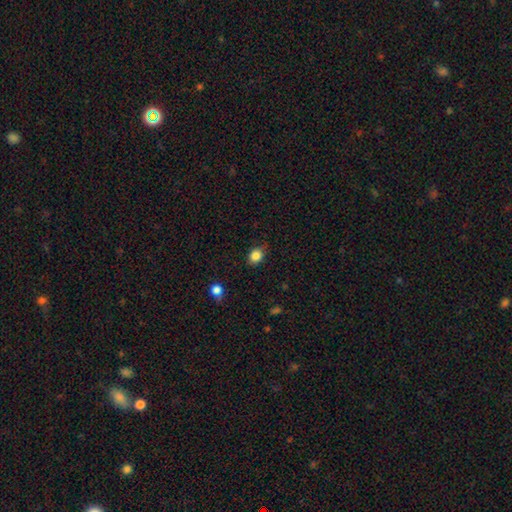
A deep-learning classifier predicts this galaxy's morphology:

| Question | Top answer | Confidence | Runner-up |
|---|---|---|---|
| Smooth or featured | smooth | 85% | star or artifact (11%) |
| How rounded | round | 55% | in between (44%) |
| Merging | none | 77% | minor disturbance (18%) |